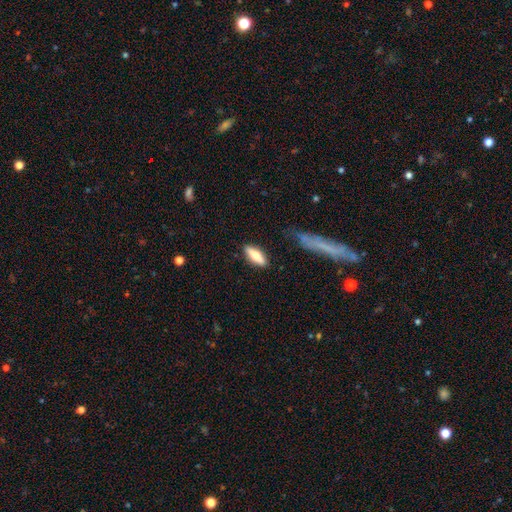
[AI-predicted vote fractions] Smooth or featured? Predicted: smooth (p=0.68). How rounded? Predicted: in between (p=0.57). Merging? Predicted: none (p=0.83).